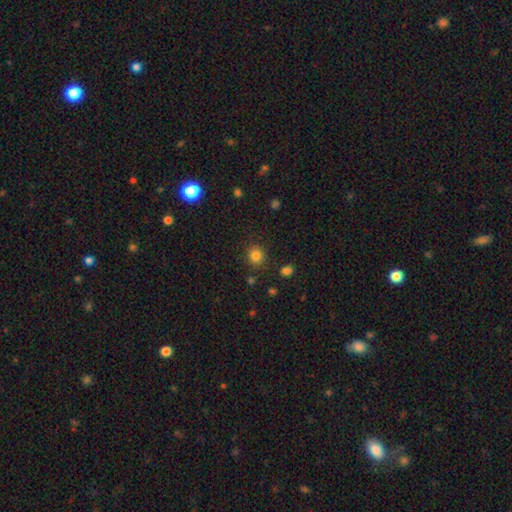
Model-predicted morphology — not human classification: Smooth or featured?
  - smooth: 83% *
  - star or artifact: 12%
  - featured or disk: 5%
How rounded?
  - round: 84% *
  - in between: 15%
  - cigar-shaped: 1%
Merging?
  - none: 86% *
  - minor disturbance: 8%
  - major disturbance: 3%
  - merger: 3%